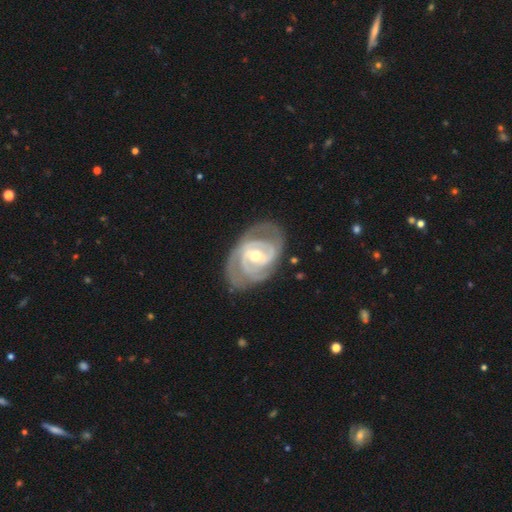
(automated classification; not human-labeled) This is clearly a featured or disk galaxy (89%). It is clearly not viewed edge-on (97%). Bar: marginally weak (45%). Spiral arm pattern: clearly yes (94%). Spiral arm count: marginally 2 (44%). Spiral winding: possibly tight (60%). Central bulge: possibly moderate (58%). Merging: likely none (70%).